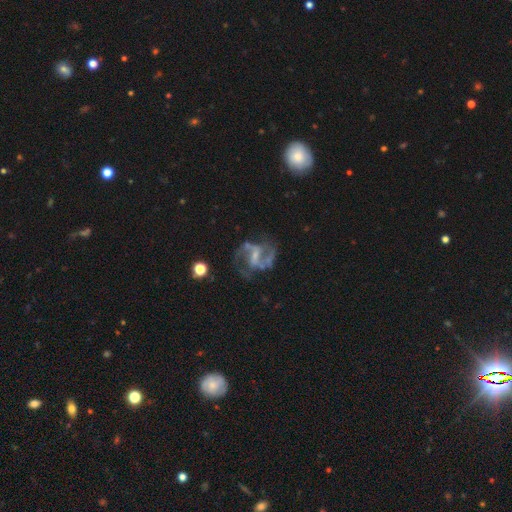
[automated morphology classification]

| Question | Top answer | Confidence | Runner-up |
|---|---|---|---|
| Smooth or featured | featured or disk | 83% | star or artifact (8%) |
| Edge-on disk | no | 97% | yes (3%) |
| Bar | weak | 45% | strong (35%) |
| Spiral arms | yes | 89% | no (11%) |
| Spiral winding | medium | 48% | loose (40%) |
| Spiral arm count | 2 | 82% | can't tell (7%) |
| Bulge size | small | 49% | none (26%) |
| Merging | none | 55% | major disturbance (20%) |